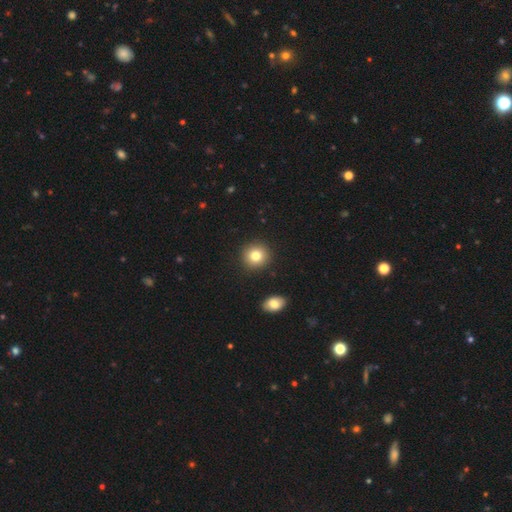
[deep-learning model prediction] The model was most divided on "smooth or featured": smooth: 81%, star or artifact: 10%, featured or disk: 9%. More confident: merging — none (90%); how rounded — round (89%).